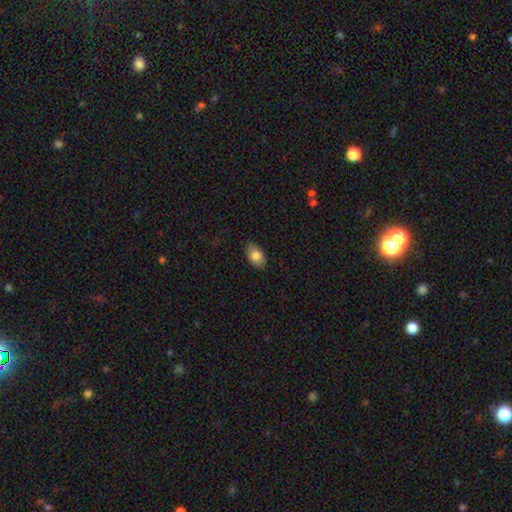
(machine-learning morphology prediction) A smooth galaxy with no disk features (82%) that is in between round and cigar-shaped (92%). Merging: none (86%).